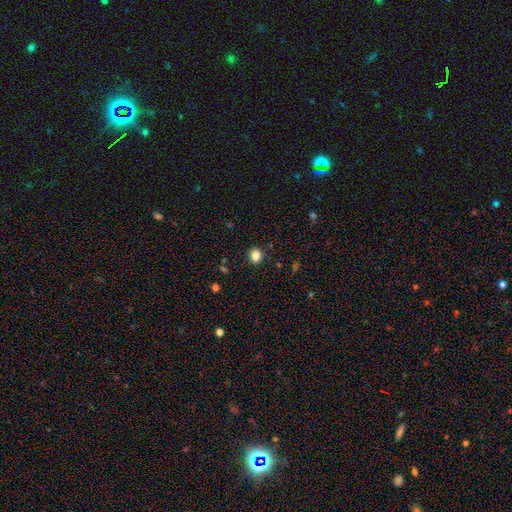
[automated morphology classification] Overall: smooth (83%). How rounded: round (82%). Merging: none (91%).